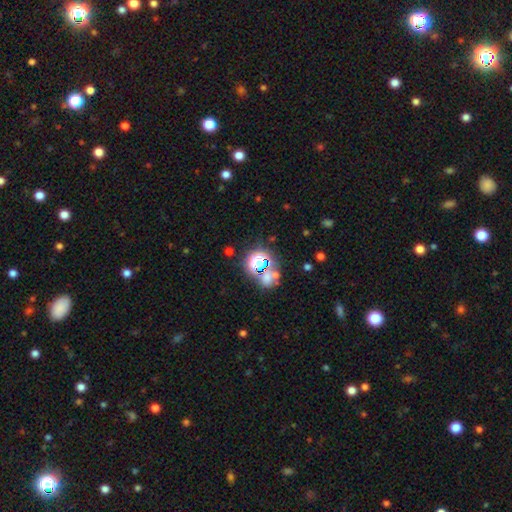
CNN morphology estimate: The model was most divided on "smooth or featured": star or artifact: 64%, smooth: 26%, featured or disk: 10%.